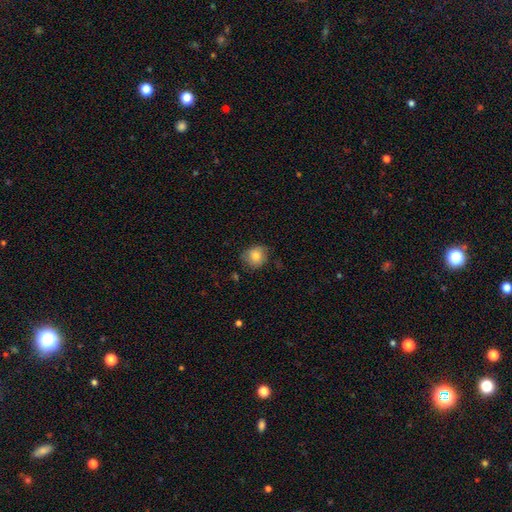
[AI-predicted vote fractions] Morphology: type=smooth (76%); roundness=round (73%); merging=none (70%).